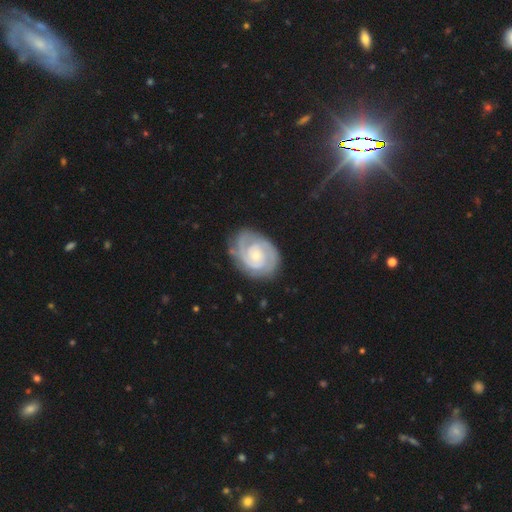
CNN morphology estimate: This appears to be a featured or disk galaxy (86%) with no bar (71%), 2 (52%) tight (71%) spiral arms (96%) and a small central bulge (71%). Merging: none (74%).